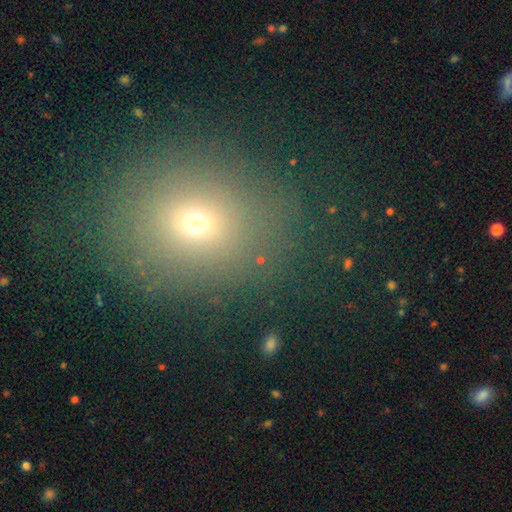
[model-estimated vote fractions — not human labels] smooth 62%, star or artifact 27%, featured or disk 12%. Down the decision tree: how rounded — round (68%); merging — none (82%).